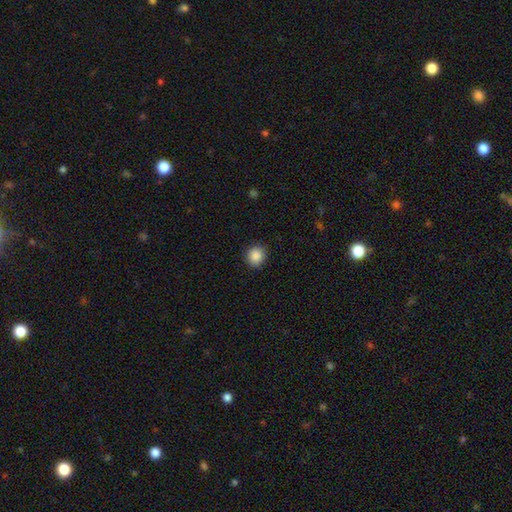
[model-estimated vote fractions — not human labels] smooth_or_featured: smooth (p=0.88) [alt: star or artifact p=0.09]
how_rounded: round (p=0.89) [alt: in between p=0.10]
merging: none (p=0.90) [alt: minor disturbance p=0.07]